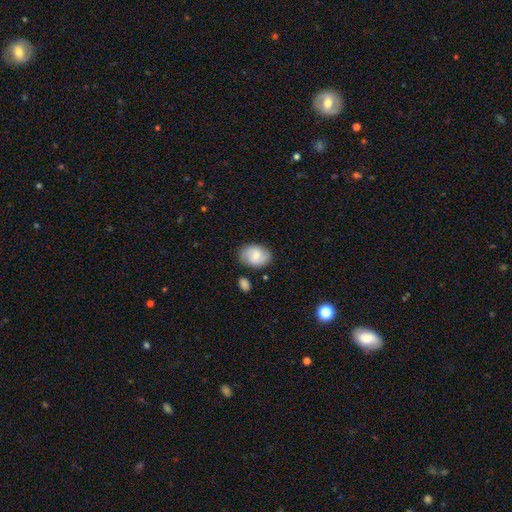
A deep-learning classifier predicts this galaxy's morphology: Smooth or featured?
  - smooth: 53% *
  - featured or disk: 40%
  - star or artifact: 7%
How rounded?
  - in between: 76% *
  - round: 23%
  - cigar-shaped: 1%
Merging?
  - none: 77% *
  - minor disturbance: 15%
  - merger: 4%
  - major disturbance: 4%